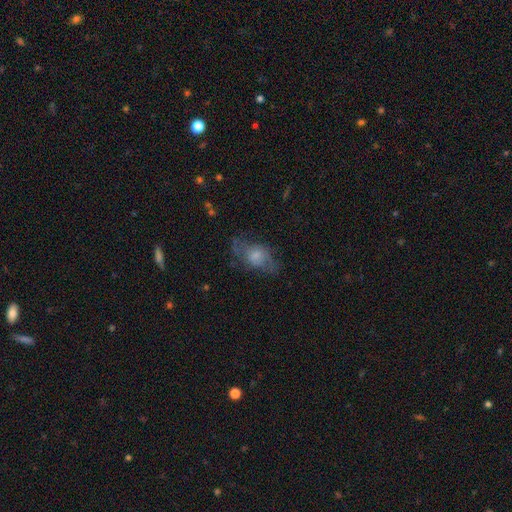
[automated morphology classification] Smooth or featured?
  - smooth: 45% *
  - featured or disk: 43%
  - star or artifact: 11%
Merging?
  - none: 55% *
  - minor disturbance: 24%
  - major disturbance: 20%
  - merger: 2%